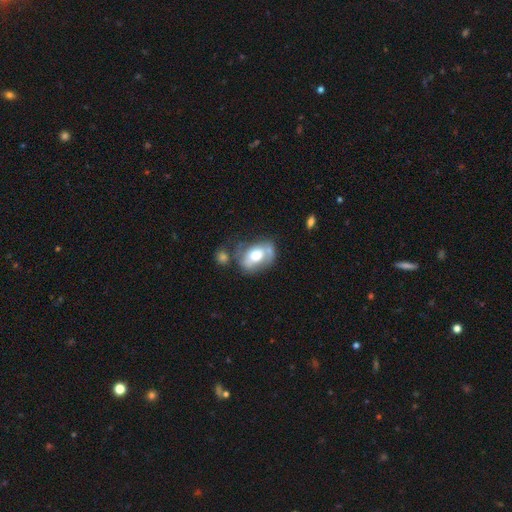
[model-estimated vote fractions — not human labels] smooth_or_featured: featured or disk (p=0.48) [alt: smooth p=0.45]
merging: none (p=0.44) [alt: minor disturbance p=0.26]